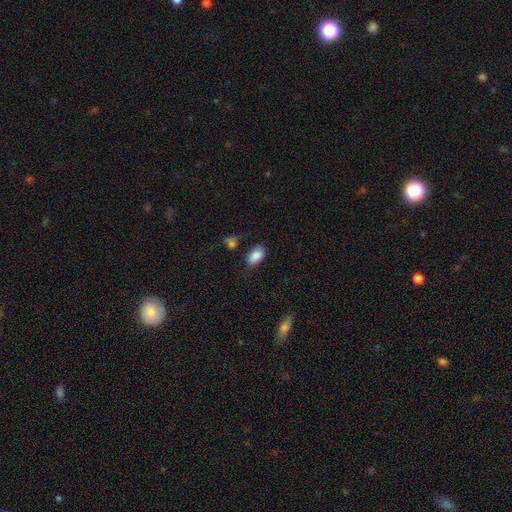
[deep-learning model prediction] Smooth or featured: smooth — 86% (star or artifact — 8%)
How rounded: in between — 89% (round — 10%)
Merging: none — 72% (minor disturbance — 18%)